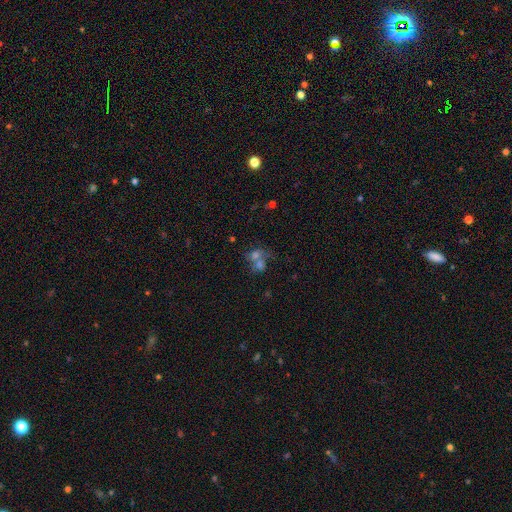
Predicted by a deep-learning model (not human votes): Smooth or featured? smooth (52%)
How rounded? round (60%)
Merging? merger (54%)